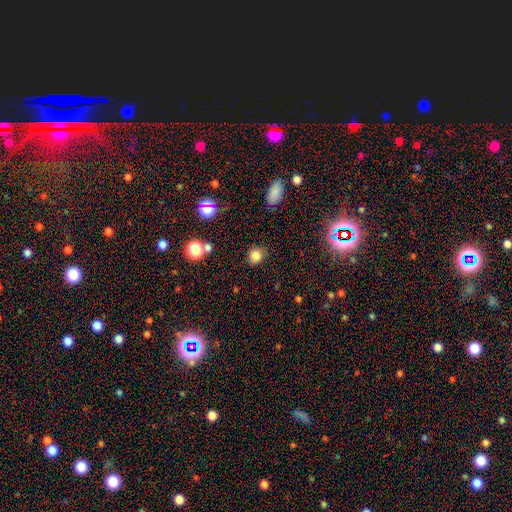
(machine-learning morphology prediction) This is likely a smooth galaxy (79%). How rounded: likely round (68%). Merging: likely none (76%).